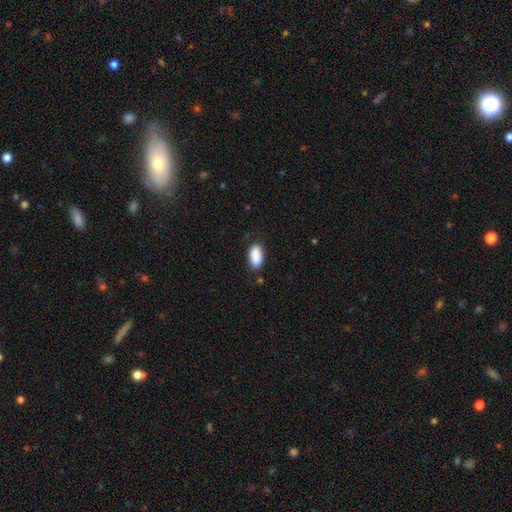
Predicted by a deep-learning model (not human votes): This appears to be a smooth galaxy with no disk features (90%) that is in between round and cigar-shaped (92%). Merging: none (80%).